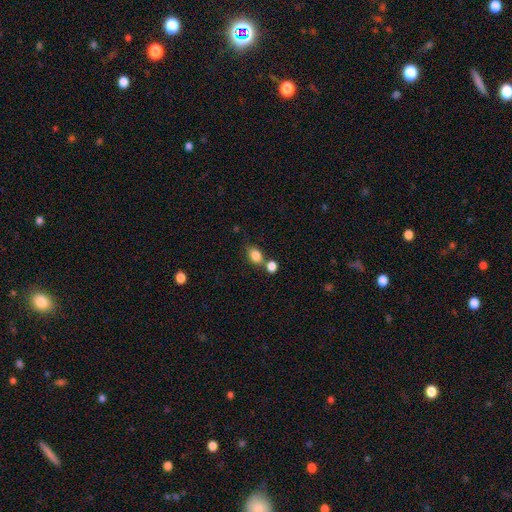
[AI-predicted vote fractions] This appears to be a smooth galaxy with no disk features (84%) that is in between round and cigar-shaped (71%). Merging: none (54%).